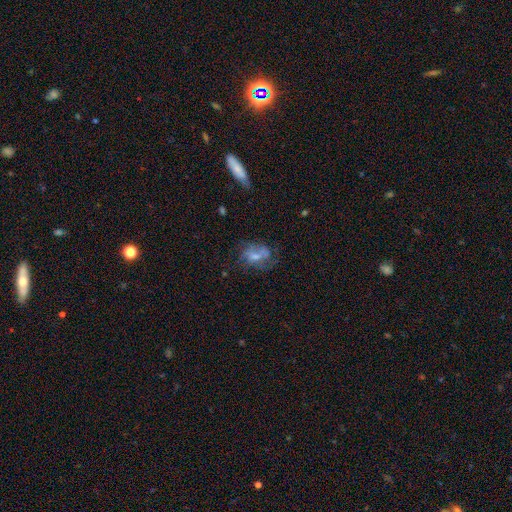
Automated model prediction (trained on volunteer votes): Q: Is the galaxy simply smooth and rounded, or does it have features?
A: featured or disk — 51%.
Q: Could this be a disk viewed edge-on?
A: no — 96%.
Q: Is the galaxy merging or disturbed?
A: none — 41%.